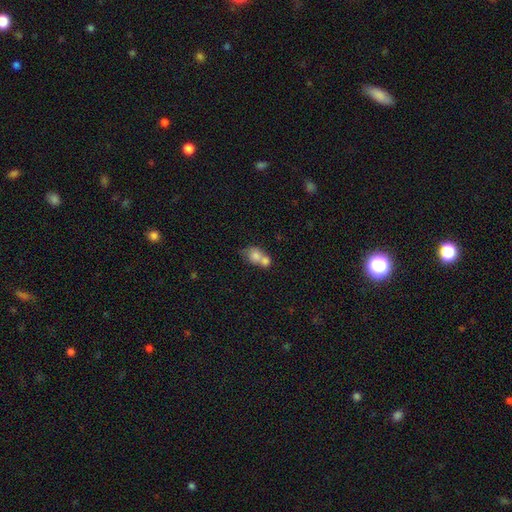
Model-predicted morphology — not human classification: Smooth or featured? Predicted: smooth (p=0.74). How rounded? Predicted: round (p=0.58). Merging? Predicted: merger (p=0.69).